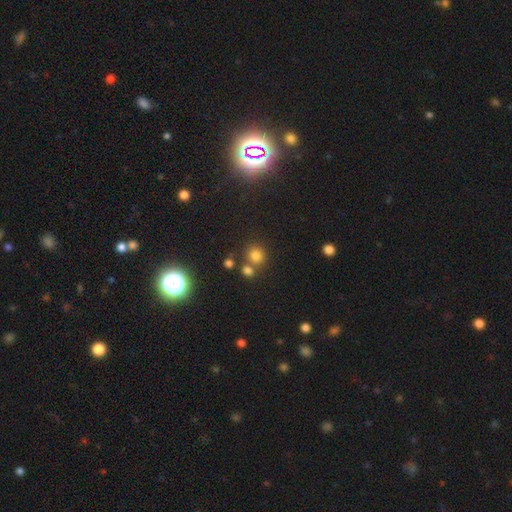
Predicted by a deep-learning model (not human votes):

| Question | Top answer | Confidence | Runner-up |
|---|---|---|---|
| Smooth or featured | smooth | 74% | star or artifact (19%) |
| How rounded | round | 87% | in between (12%) |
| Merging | none | 64% | merger (24%) |